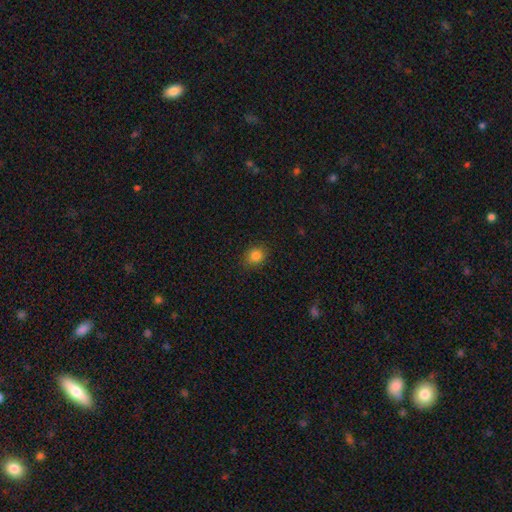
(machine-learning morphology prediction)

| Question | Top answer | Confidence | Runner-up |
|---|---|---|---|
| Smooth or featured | smooth | 83% | star or artifact (13%) |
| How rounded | round | 74% | in between (25%) |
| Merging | none | 87% | minor disturbance (9%) |